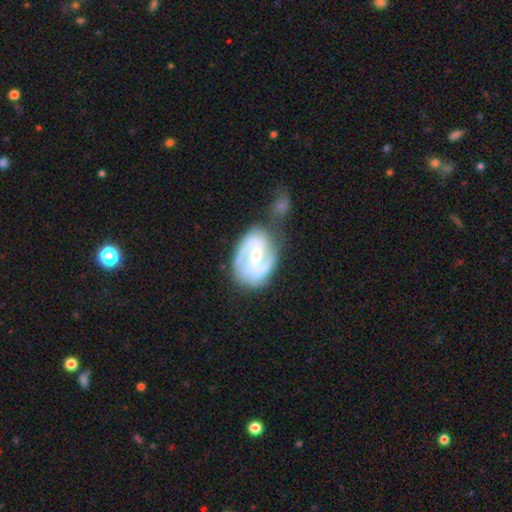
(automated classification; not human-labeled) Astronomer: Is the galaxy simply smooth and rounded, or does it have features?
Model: featured or disk — 86%.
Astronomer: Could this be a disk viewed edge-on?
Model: no — 98%.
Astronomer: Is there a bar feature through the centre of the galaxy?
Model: weak — 48% (runner-up: no, 29%).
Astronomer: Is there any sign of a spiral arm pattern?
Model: yes — 95%.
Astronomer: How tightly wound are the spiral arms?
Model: medium — 50% (runner-up: tight, 34%).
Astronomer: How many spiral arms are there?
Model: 2 — 80%.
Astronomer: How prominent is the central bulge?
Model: small — 52% (runner-up: moderate, 42%).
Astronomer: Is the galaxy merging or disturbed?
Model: none — 48%.